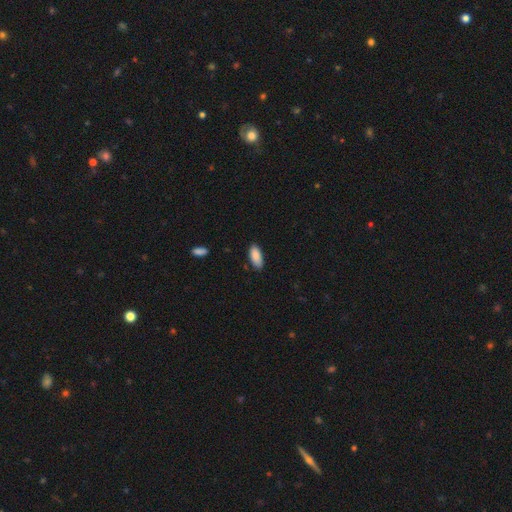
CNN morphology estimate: A smooth galaxy with no disk features (87%) that is in between round and cigar-shaped (87%). Merging: none (83%).